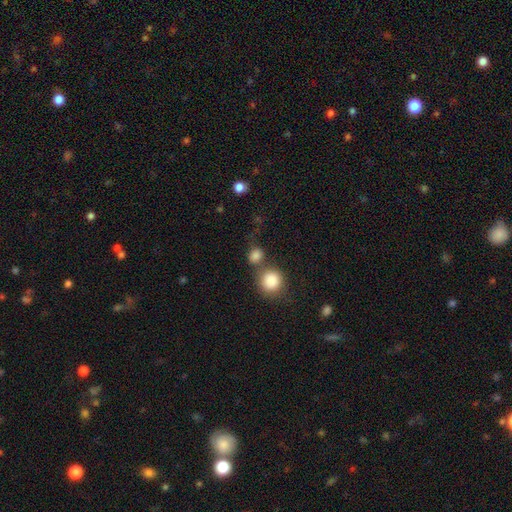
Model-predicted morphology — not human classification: This is clearly a smooth galaxy (83%). How rounded: likely round (73%). Merging: possibly none (51%).